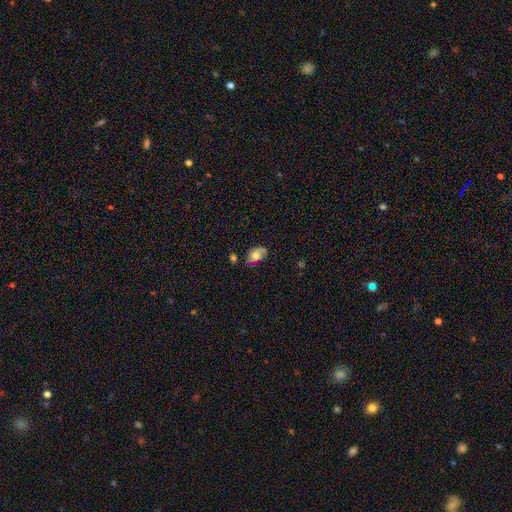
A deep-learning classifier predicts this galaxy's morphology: Q: Smooth or featured?
A: smooth (67%); runner-up: featured or disk (24%)
Q: How rounded?
A: in between (87%); runner-up: round (11%)
Q: Merging?
A: none (61%); runner-up: minor disturbance (28%)